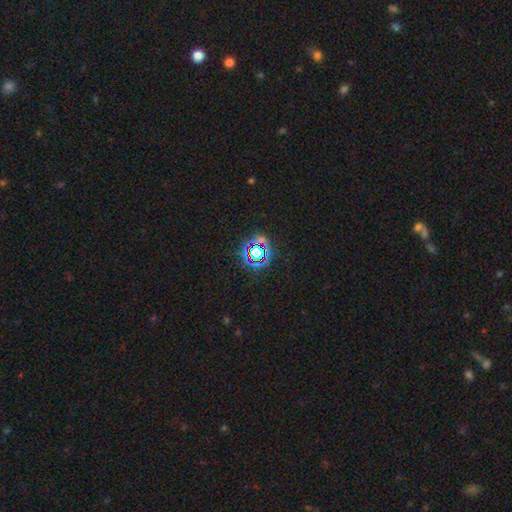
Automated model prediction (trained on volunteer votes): A star or artifact, not a galaxy (73%).

Vote fractions:
- Smooth or featured? star or artifact: 73% / smooth: 17% / featured or disk: 10%